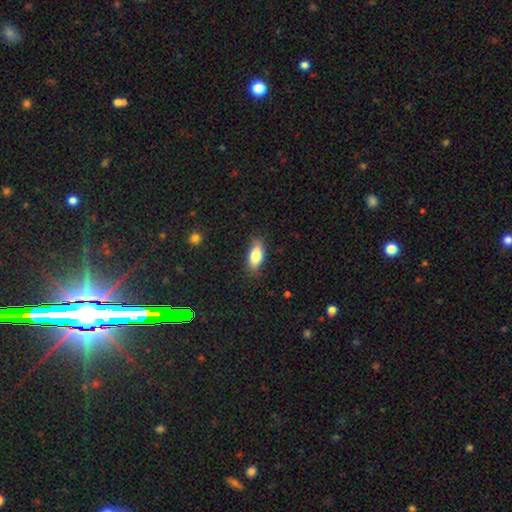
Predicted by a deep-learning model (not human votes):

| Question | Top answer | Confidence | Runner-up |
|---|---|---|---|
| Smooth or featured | smooth | 80% | featured or disk (13%) |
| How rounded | in between | 82% | cigar-shaped (15%) |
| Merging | none | 82% | minor disturbance (14%) |